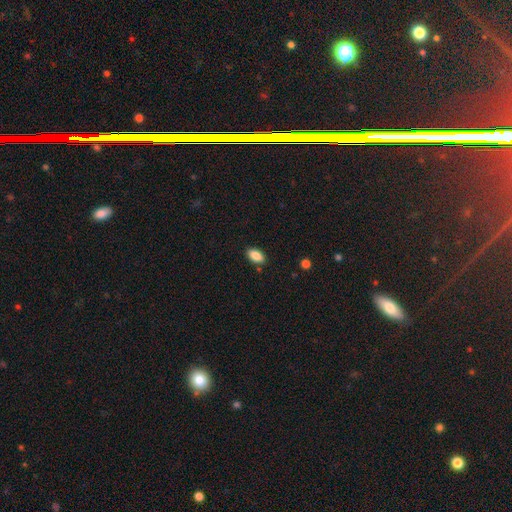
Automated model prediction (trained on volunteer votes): smooth-or-featured: smooth: 86% | star or artifact: 8% | featured or disk: 6%
  how-rounded: in between: 91% | cigar-shaped: 5% | round: 4%
  merging: none: 86% | minor disturbance: 10% | major disturbance: 2% | merger: 2%